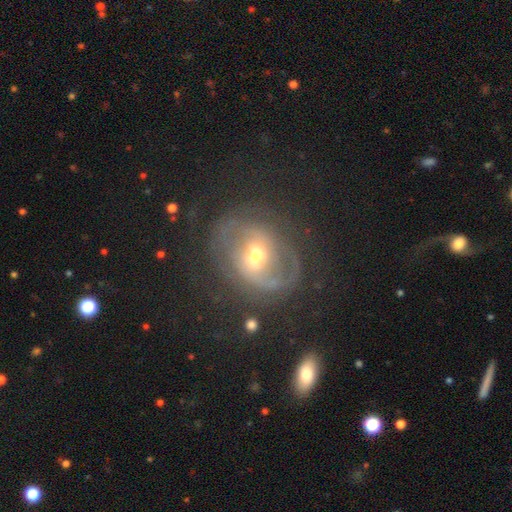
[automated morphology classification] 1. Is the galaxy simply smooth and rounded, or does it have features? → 68% featured or disk, 22% smooth, 10% star or artifact.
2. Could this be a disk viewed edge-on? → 95% no, 5% yes.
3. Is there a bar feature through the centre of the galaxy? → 41% no, 40% weak, 19% strong.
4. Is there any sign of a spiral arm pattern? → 68% yes, 32% no.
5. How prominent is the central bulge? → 65% moderate, 26% small, 7% large, 1% dominant, 1% none.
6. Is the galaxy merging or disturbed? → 62% none, 18% minor disturbance, 17% major disturbance, 2% merger.